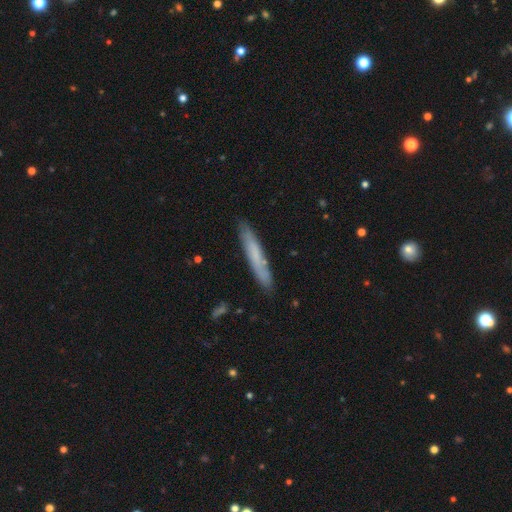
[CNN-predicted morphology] Smooth or featured? smooth (59%)
How rounded? cigar-shaped (93%)
Merging? none (84%)